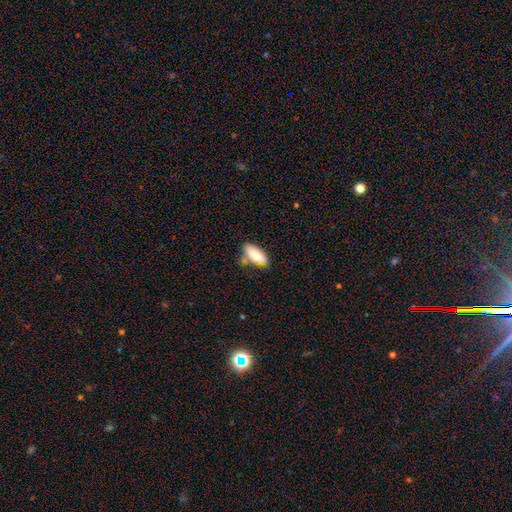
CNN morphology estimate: smooth_or_featured: smooth (p=0.80) [alt: featured or disk p=0.13]
how_rounded: in between (p=0.84) [alt: cigar-shaped p=0.14]
merging: none (p=0.66) [alt: minor disturbance p=0.21]